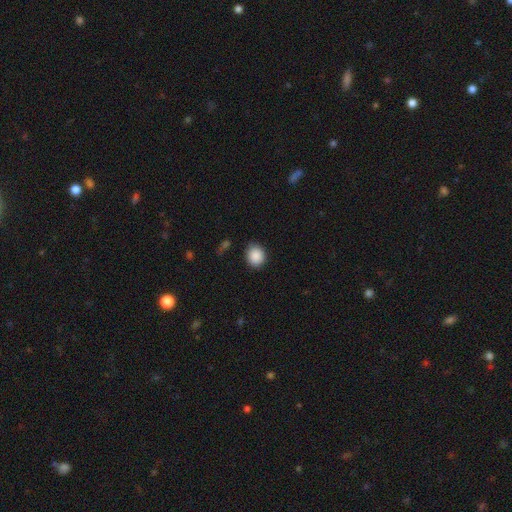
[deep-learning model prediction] Smooth or featured: smooth — 89% (star or artifact — 8%)
How rounded: round — 71% (in between — 28%)
Merging: none — 83% (minor disturbance — 12%)